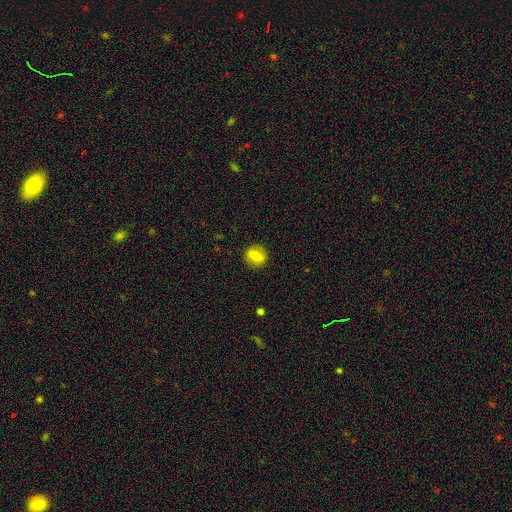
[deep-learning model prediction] smooth_or_featured: smooth (p=0.68) [alt: featured or disk p=0.24]
how_rounded: round (p=0.64) [alt: in between p=0.33]
merging: none (p=0.87) [alt: minor disturbance p=0.09]